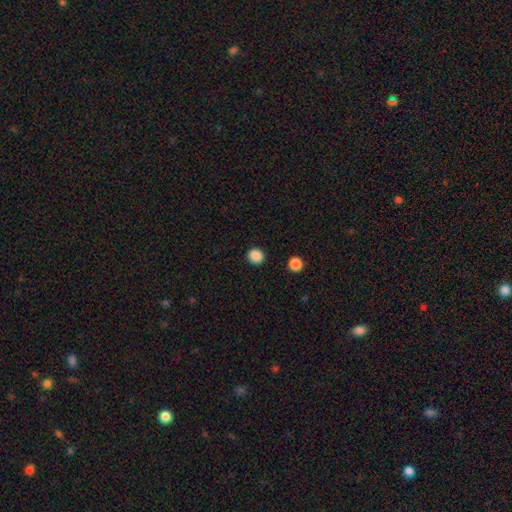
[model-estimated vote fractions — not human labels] smooth 87%, star or artifact 10%, featured or disk 2%. Down the decision tree: how rounded — round (90%); merging — none (92%).